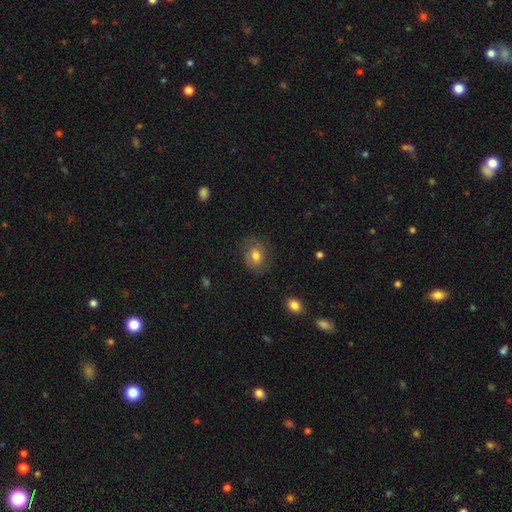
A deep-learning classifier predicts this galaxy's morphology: Overall: smooth (66%). How rounded: round (52%; in between 47%). Merging: none (70%).